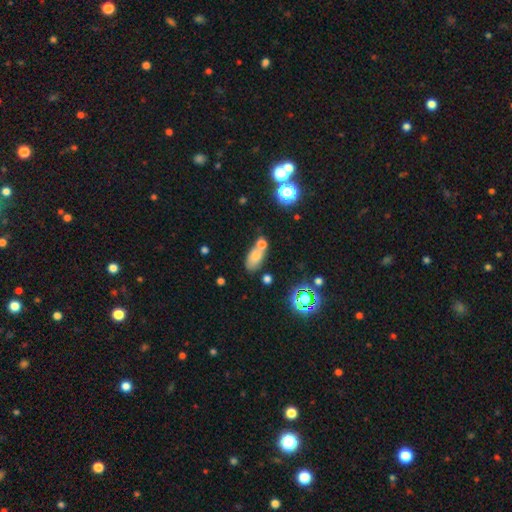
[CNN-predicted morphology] Smooth or featured?
  - smooth: 68% *
  - featured or disk: 17%
  - star or artifact: 16%
How rounded?
  - in between: 83% *
  - round: 10%
  - cigar-shaped: 8%
Merging?
  - merger: 43% *
  - none: 39%
  - minor disturbance: 12%
  - major disturbance: 5%